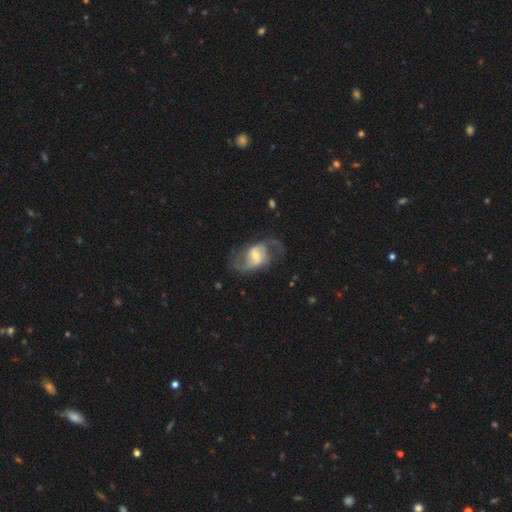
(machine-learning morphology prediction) The model was most divided on "spiral winding": loose: 49%, medium: 41%, tight: 10%. Remaining: edge-on disk — no (97%); spiral arms — yes (93%); spiral arm count — 2 (87%); smooth or featured — featured or disk (83%); merging — none (63%); bar — weak (52%); bulge size — moderate (50%).